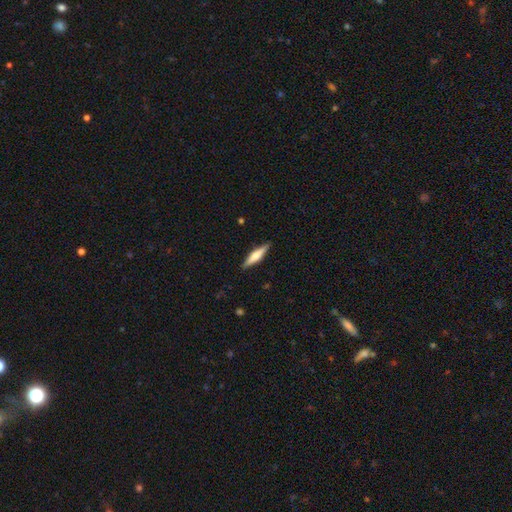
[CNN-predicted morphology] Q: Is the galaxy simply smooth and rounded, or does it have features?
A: smooth — 51%.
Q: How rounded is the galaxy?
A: cigar-shaped — 80%.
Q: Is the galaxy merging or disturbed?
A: none — 89%.